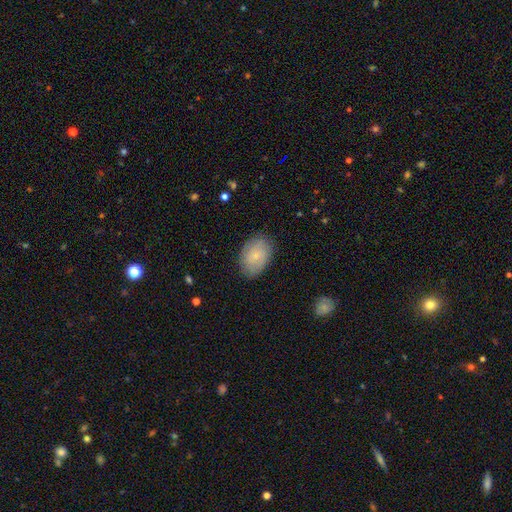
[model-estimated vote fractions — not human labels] A smooth galaxy with no disk features (71%) that is in between round and cigar-shaped (84%).

Vote fractions:
- Smooth or featured? smooth: 71% / featured or disk: 22% / star or artifact: 7%
- How rounded? in between: 84% / round: 15% / cigar-shaped: 1%
- Merging? none: 83% / minor disturbance: 13% / major disturbance: 3% / merger: 1%